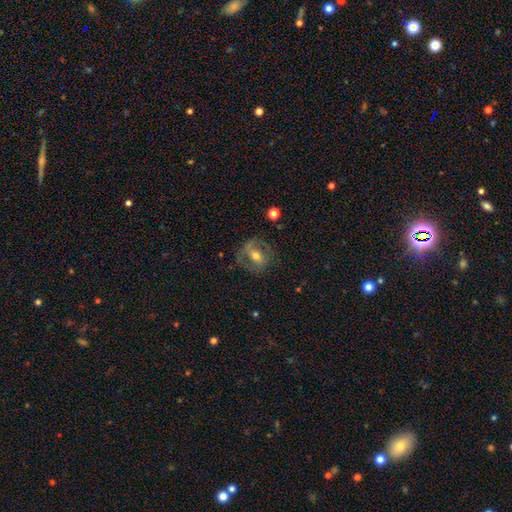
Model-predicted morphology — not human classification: smooth-or-featured: featured or disk: 68% | smooth: 23% | star or artifact: 9%
  disk-edge-on: no: 93% | yes: 7%
    bar: weak: 38% | strong: 36% | no: 27%
    has-spiral-arms: yes: 64% | no: 36%
    bulge-size: moderate: 69% | small: 23% | large: 6% | none: 1% | dominant: 1%
  merging: none: 72% | minor disturbance: 16% | major disturbance: 10% | merger: 2%